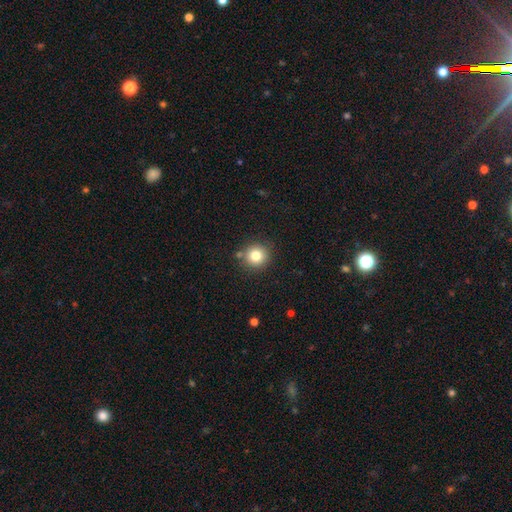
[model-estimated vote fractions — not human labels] This appears to be a smooth galaxy with no disk features (80%) that is round (93%). Merging: none (83%).